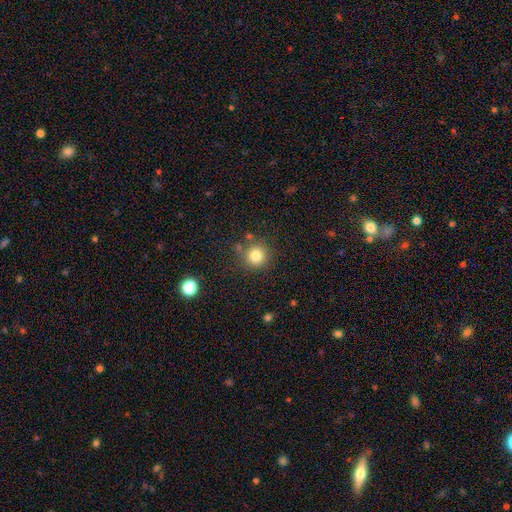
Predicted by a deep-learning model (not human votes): Morphology: type=smooth (81%); roundness=round (94%); merging=none (81%).